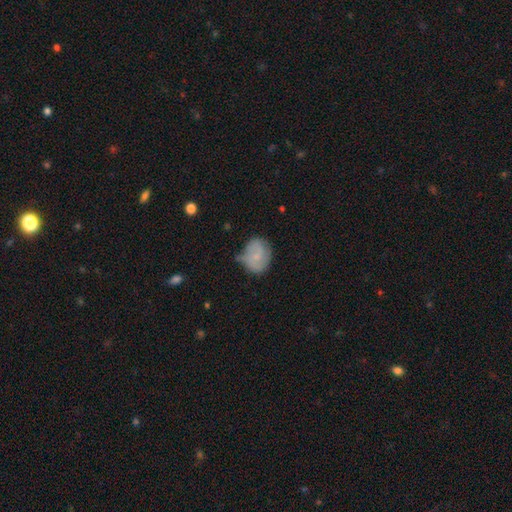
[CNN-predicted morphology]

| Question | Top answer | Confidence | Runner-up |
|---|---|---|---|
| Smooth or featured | smooth | 58% | featured or disk (34%) |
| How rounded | round | 54% | in between (45%) |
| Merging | none | 50% | minor disturbance (35%) |